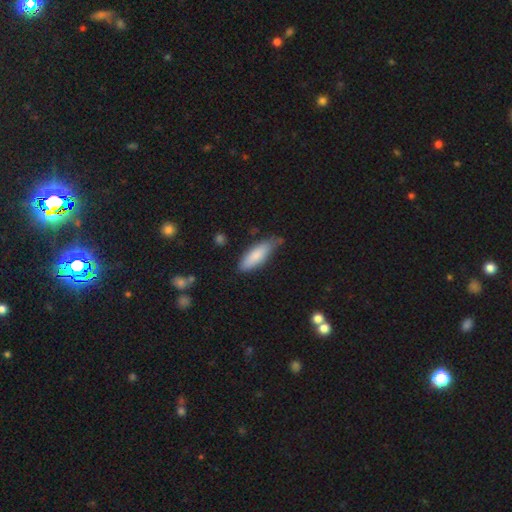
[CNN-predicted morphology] Smooth or featured: smooth — 82% (featured or disk — 12%)
How rounded: in between — 56% (cigar-shaped — 42%)
Merging: none — 64% (minor disturbance — 29%)